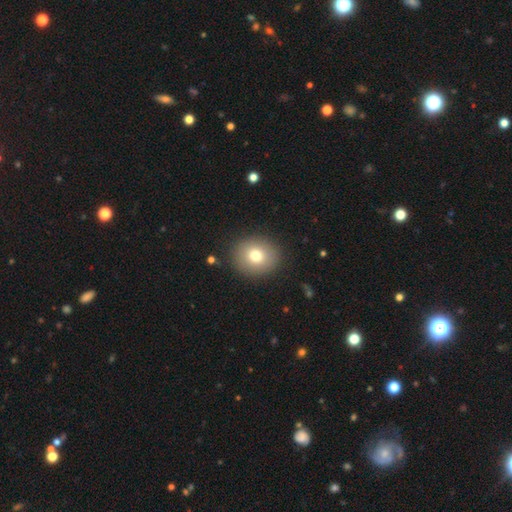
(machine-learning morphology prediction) Smooth or featured?
  - smooth: 76% *
  - featured or disk: 13%
  - star or artifact: 11%
How rounded?
  - round: 76% *
  - in between: 23%
  - cigar-shaped: 1%
Merging?
  - none: 89% *
  - minor disturbance: 7%
  - major disturbance: 3%
  - merger: 1%